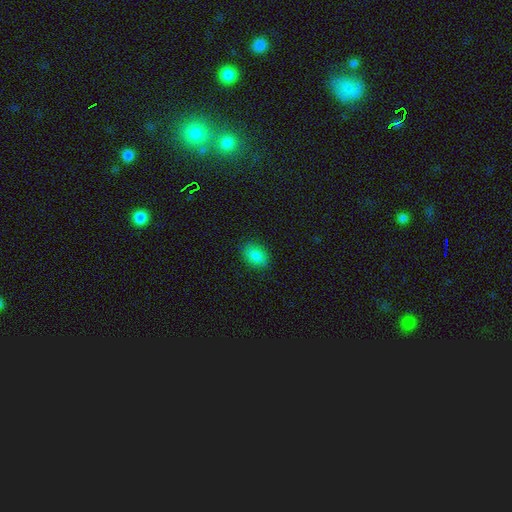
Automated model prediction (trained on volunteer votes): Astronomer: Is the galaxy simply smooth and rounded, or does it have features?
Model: smooth — 86%.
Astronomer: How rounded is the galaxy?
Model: in between — 83%.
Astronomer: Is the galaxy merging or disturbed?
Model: none — 86%.